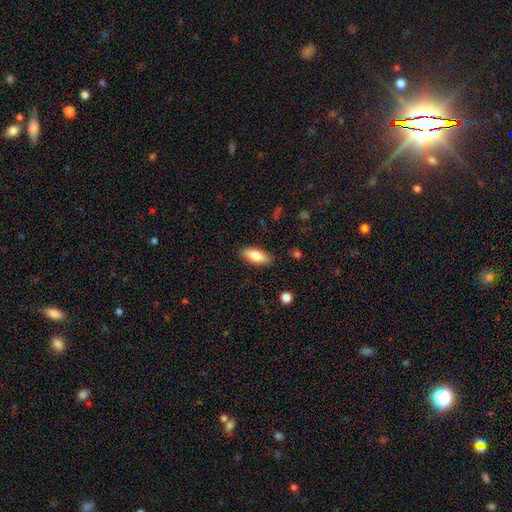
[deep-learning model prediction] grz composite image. It shows a smooth galaxy with no disk features (80%) that is in between round and cigar-shaped (77%). Merging: none (86%).